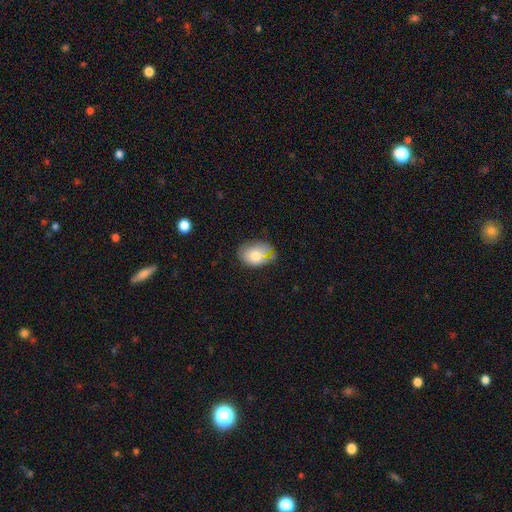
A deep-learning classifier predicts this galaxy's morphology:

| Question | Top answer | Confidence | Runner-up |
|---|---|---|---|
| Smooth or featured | smooth | 73% | featured or disk (19%) |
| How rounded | in between | 78% | round (21%) |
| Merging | none | 50% | minor disturbance (31%) |